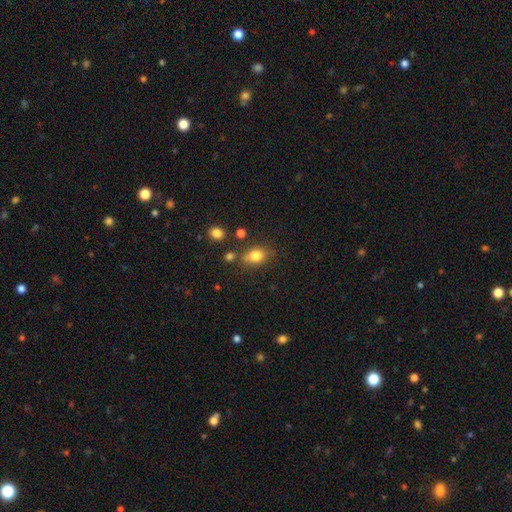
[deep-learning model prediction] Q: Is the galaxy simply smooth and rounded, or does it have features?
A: smooth — 80%.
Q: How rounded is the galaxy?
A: in between — 61%.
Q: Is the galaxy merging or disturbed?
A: none — 67%.